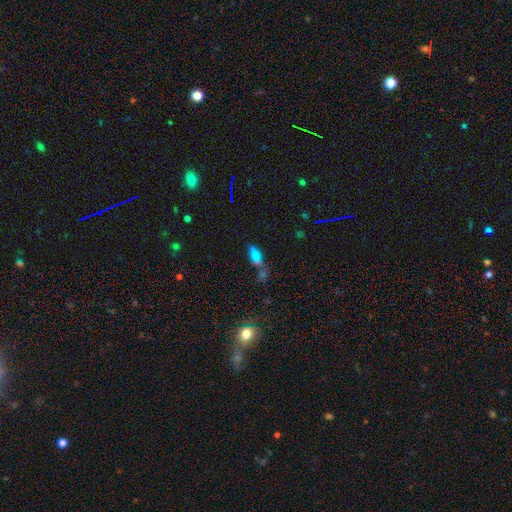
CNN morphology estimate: type=smooth (57%); roundness=in between (75%); merging=none (37%).